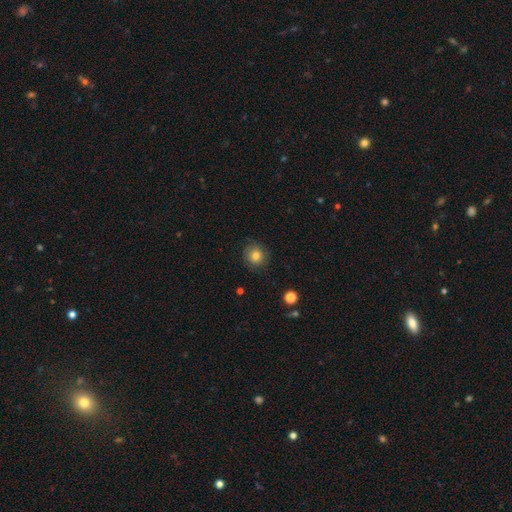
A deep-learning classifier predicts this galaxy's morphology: This appears to be a smooth galaxy with no disk features (73%) that is round (89%). Merging: none (82%).